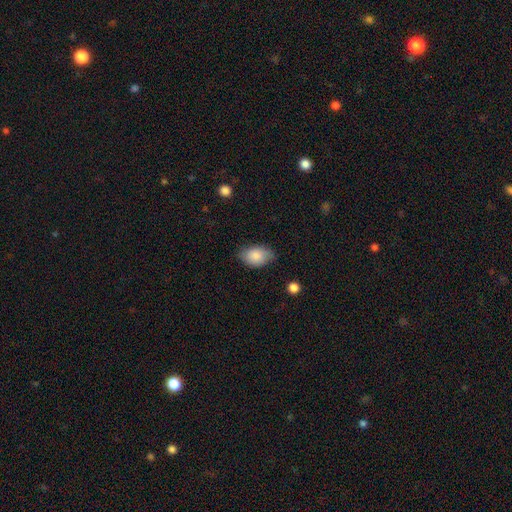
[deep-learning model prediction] The model was most divided on "merging": none: 72%, minor disturbance: 22%, major disturbance: 4%, merger: 1%. More confident: how rounded — in between (87%); smooth or featured — smooth (84%).